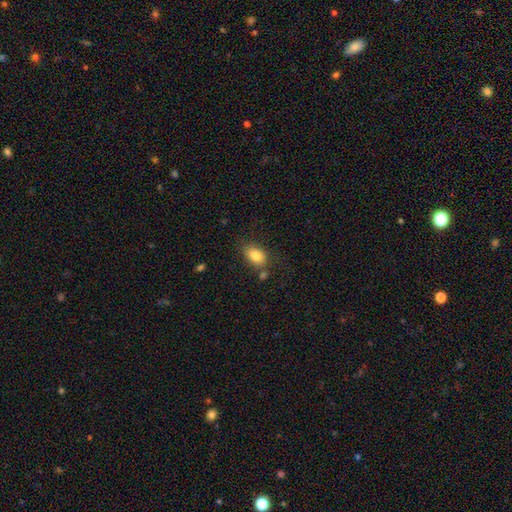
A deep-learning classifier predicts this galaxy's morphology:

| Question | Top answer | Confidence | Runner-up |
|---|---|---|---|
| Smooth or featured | smooth | 83% | featured or disk (9%) |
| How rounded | in between | 84% | round (15%) |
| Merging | none | 70% | minor disturbance (17%) |